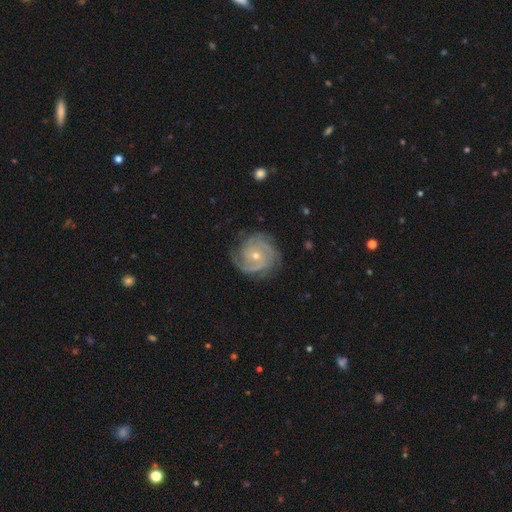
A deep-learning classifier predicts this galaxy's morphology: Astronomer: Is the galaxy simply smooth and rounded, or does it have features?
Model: featured or disk — 89%.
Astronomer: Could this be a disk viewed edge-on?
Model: no — 98%.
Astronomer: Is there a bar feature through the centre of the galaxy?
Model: no — 68%.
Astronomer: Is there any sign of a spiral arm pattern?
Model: yes — 98%.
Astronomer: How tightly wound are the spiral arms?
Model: tight — 66%.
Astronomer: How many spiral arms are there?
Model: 3 — 37% (runner-up: 2, 23%).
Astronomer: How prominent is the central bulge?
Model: small — 55% (runner-up: moderate, 42%).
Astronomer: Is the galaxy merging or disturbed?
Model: none — 77%.